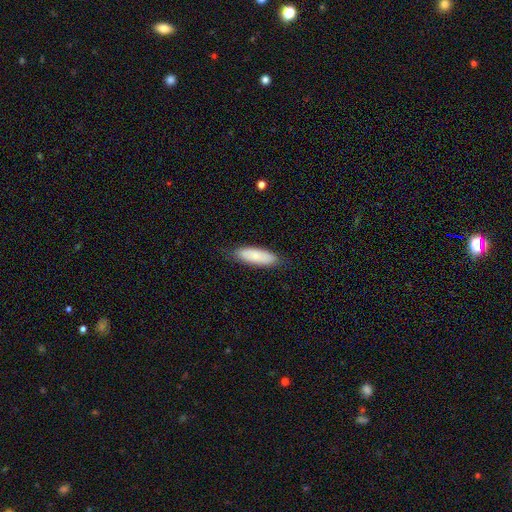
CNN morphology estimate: smooth-or-featured: smooth: 80% | featured or disk: 14% | star or artifact: 6%
  how-rounded: in between: 57% | cigar-shaped: 42% | round: 2%
  merging: none: 82% | minor disturbance: 15% | major disturbance: 3% | merger: 1%